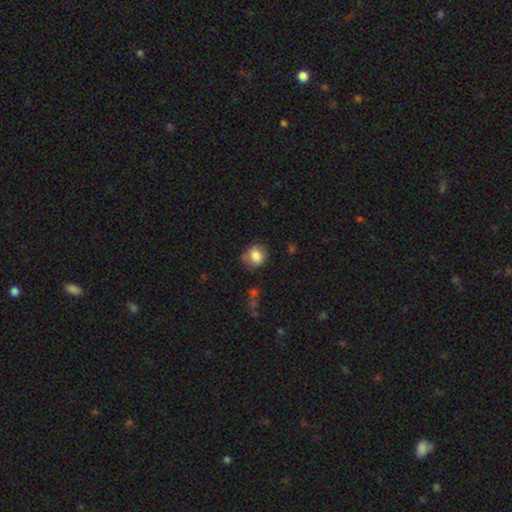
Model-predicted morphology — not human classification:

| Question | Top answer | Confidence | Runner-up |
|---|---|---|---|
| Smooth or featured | smooth | 83% | star or artifact (9%) |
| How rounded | round | 72% | in between (27%) |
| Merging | none | 68% | minor disturbance (22%) |